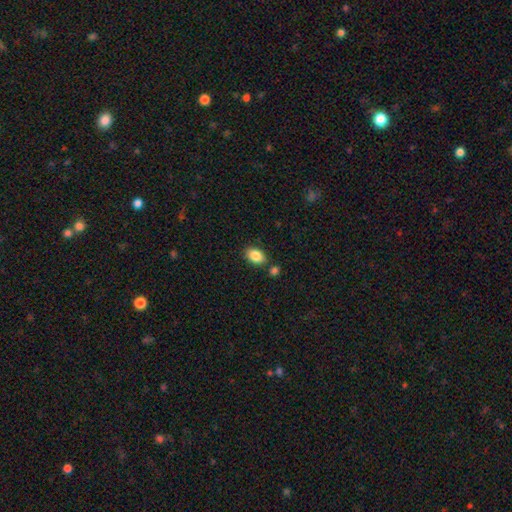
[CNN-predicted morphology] Smooth or featured? Predicted: smooth (p=0.87). How rounded? Predicted: in between (p=0.83). Merging? Predicted: none (p=0.78).